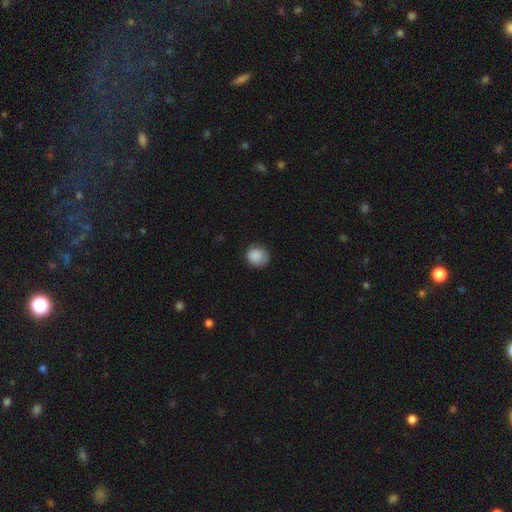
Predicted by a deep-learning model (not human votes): Morphology: type=smooth (88%); roundness=round (81%); merging=none (76%).